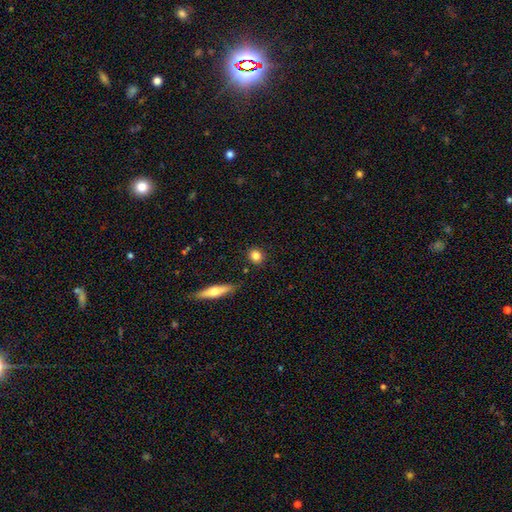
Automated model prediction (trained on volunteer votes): A smooth galaxy with no disk features (82%) that is round (74%). Merging: none (88%).